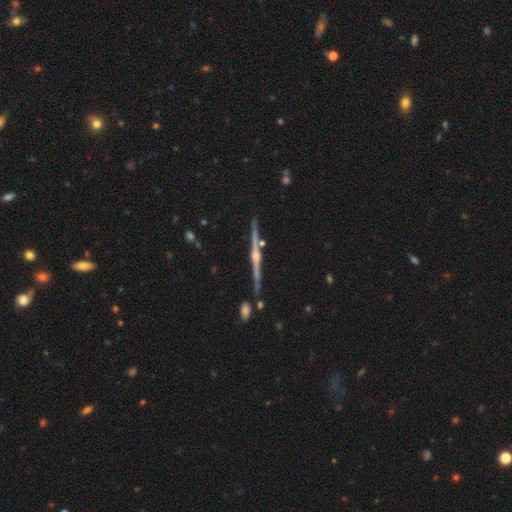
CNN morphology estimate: This is clearly a featured or disk galaxy (87%). It is clearly viewed edge-on (98%). Edge-on bulge: clearly rounded (91%). Merging: clearly none (85%).